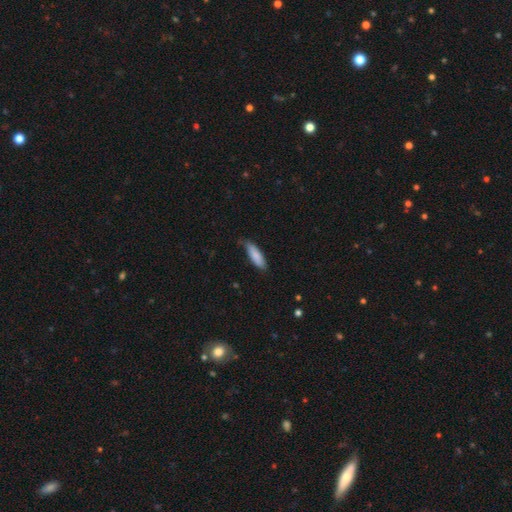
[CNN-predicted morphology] smooth_or_featured: smooth (p=0.84) [alt: featured or disk p=0.10]
how_rounded: cigar-shaped (p=0.51) [alt: in between p=0.48]
merging: none (p=0.66) [alt: minor disturbance p=0.28]